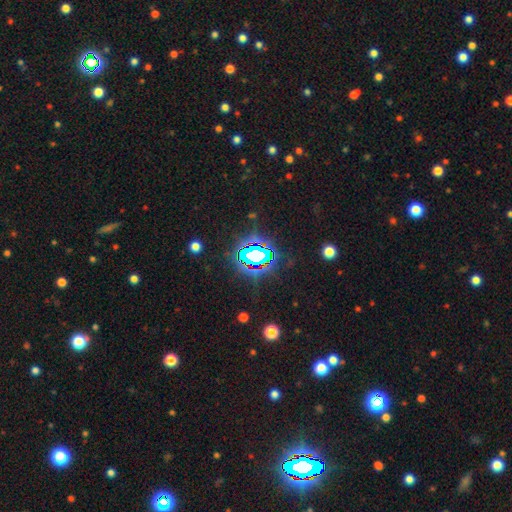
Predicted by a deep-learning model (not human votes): Smooth or featured? Predicted: star or artifact (p=0.71).